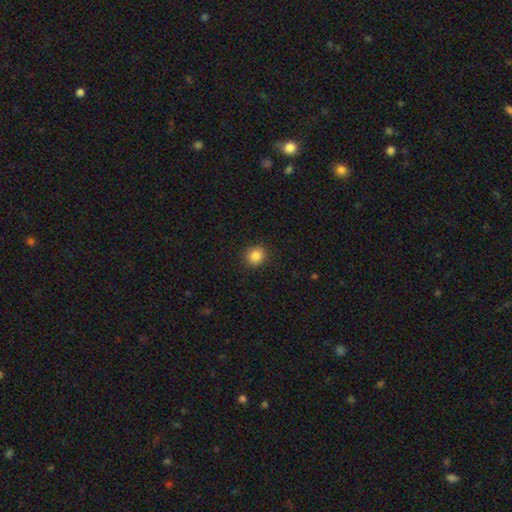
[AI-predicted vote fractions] Q: Smooth or featured?
A: smooth (85%); runner-up: star or artifact (10%)
Q: How rounded?
A: round (81%); runner-up: in between (18%)
Q: Merging?
A: none (90%); runner-up: minor disturbance (7%)